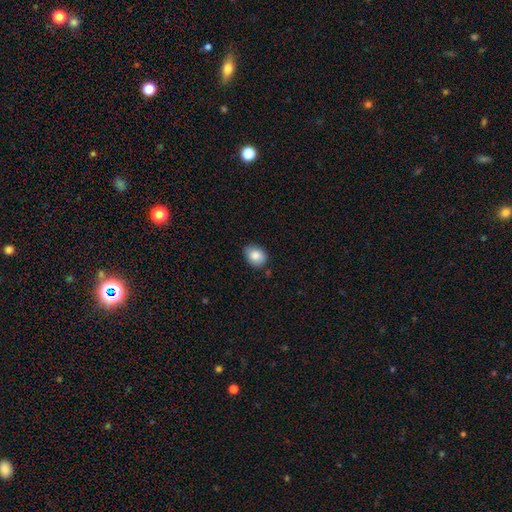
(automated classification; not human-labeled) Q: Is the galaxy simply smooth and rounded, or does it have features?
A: smooth — 86%.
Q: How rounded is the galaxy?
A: in between — 55%.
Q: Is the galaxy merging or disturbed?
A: none — 76%.